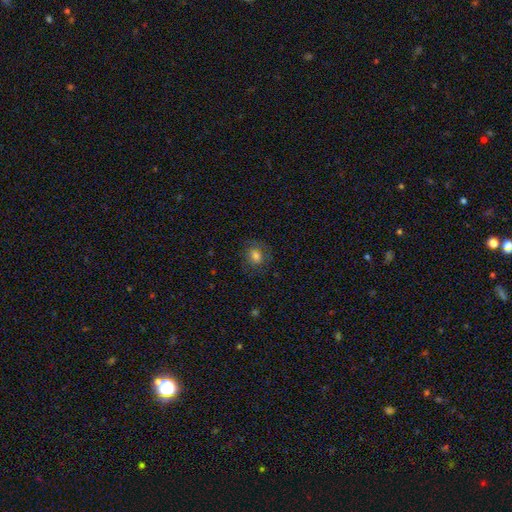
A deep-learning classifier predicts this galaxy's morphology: This is likely a smooth galaxy (74%). How rounded: likely round (64%). Merging: likely none (77%).